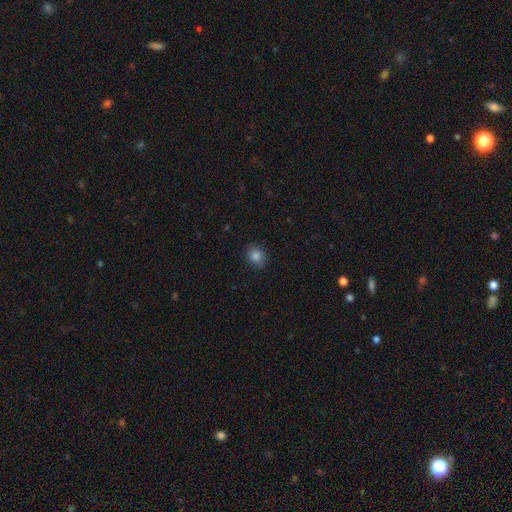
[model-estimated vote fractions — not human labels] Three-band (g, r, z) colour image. It shows a smooth galaxy with no disk features (84%) that is round (61%). Merging: none (84%).